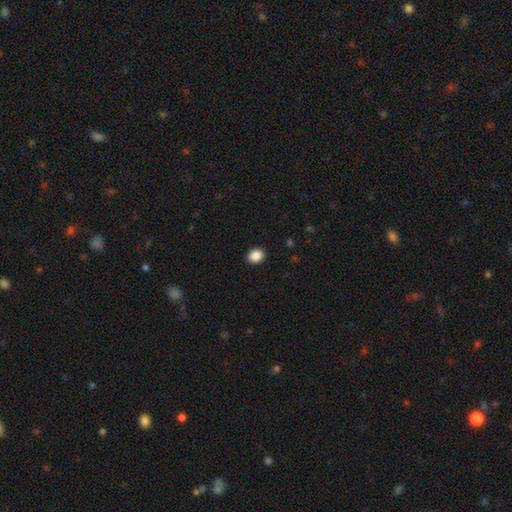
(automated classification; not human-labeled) smooth 88%, star or artifact 9%, featured or disk 3%. Down the decision tree: how rounded — in between (50%); merging — none (92%).